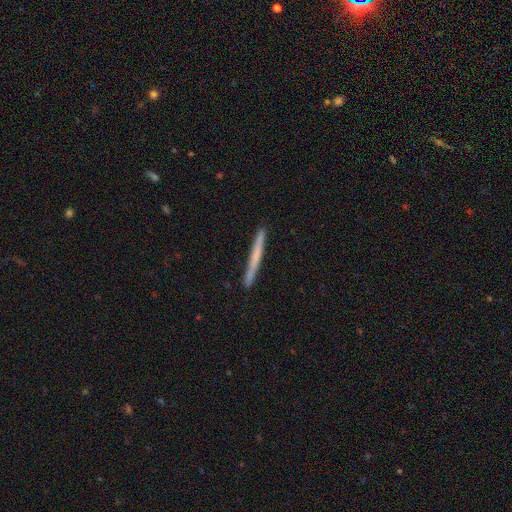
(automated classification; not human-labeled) The model was most divided on "smooth or featured": smooth: 54%, featured or disk: 40%, star or artifact: 6%. More confident: how rounded — cigar-shaped (97%); merging — none (91%).